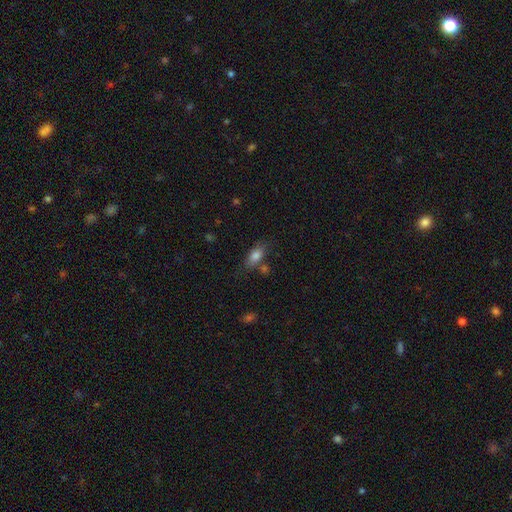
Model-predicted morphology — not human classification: type=smooth (79%); roundness=in between (83%); merging=none (63%).